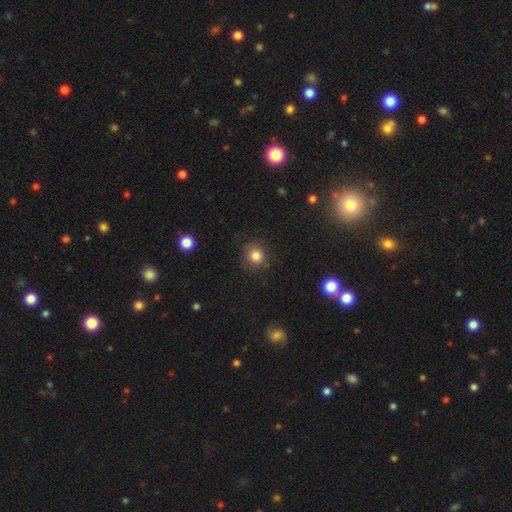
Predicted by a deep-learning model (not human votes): A smooth galaxy with no disk features (83%) that is round (86%).

Vote fractions:
- Smooth or featured? smooth: 83% / star or artifact: 12% / featured or disk: 5%
- How rounded? round: 86% / in between: 13% / cigar-shaped: 1%
- Merging? none: 85% / minor disturbance: 10% / major disturbance: 3% / merger: 2%